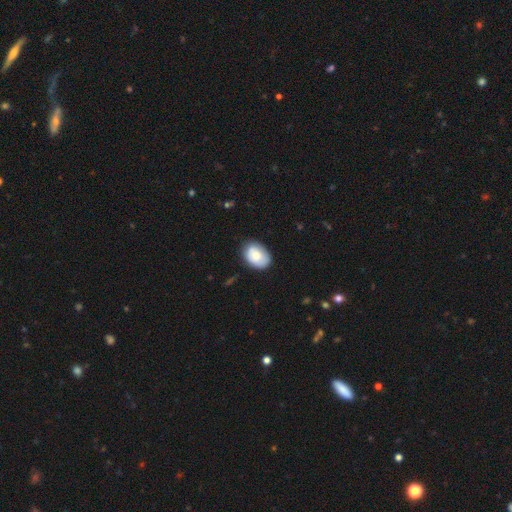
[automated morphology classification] smooth_or_featured: smooth (p=0.74) [alt: featured or disk p=0.19]
how_rounded: in between (p=0.78) [alt: round p=0.21]
merging: none (p=0.76) [alt: minor disturbance p=0.19]